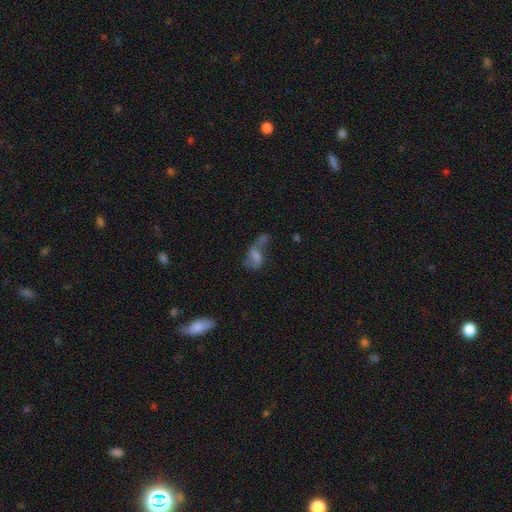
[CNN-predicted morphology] smooth-or-featured: featured or disk: 47% | smooth: 37% | star or artifact: 16%
  merging: none: 30% (tied) | merger: 30% (tied) | major disturbance: 24% | minor disturbance: 16%